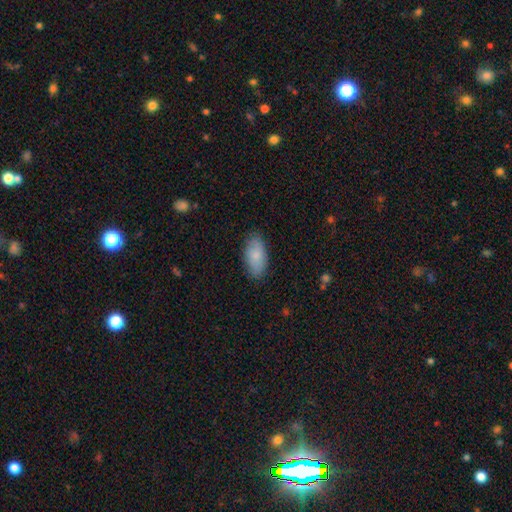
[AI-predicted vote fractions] This appears to be a smooth galaxy with no disk features (82%) that is in between round and cigar-shaped (92%). Merging: none (84%).